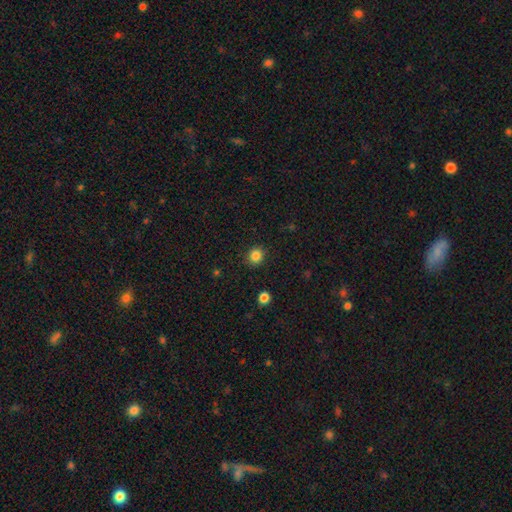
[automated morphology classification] Smooth or featured? Predicted: smooth (p=0.84). How rounded? Predicted: round (p=0.86). Merging? Predicted: none (p=0.90).